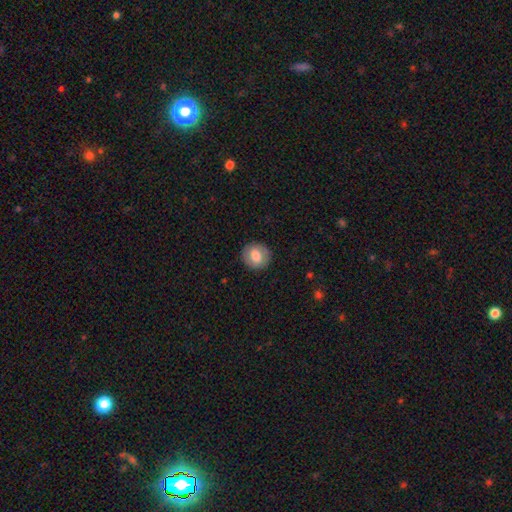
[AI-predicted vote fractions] Morphology: type=smooth (72%); roundness=round (86%); merging=none (89%).